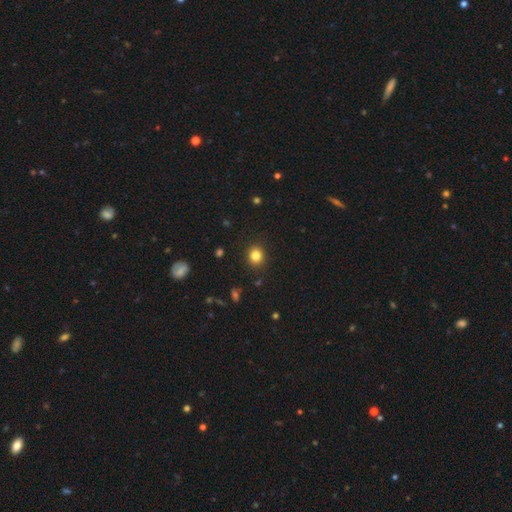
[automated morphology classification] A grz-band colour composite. It shows a smooth galaxy with no disk features (83%) that is round (79%). Merging: none (90%).